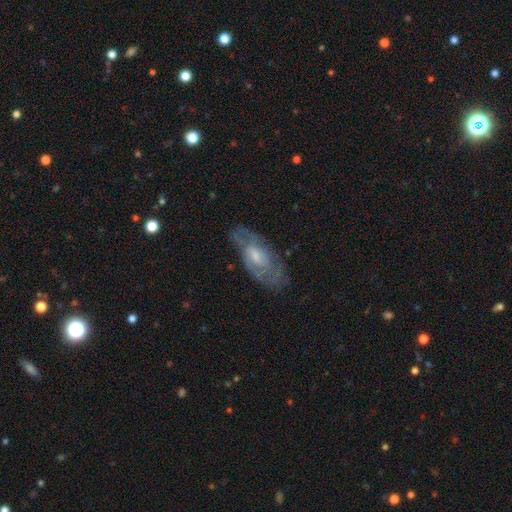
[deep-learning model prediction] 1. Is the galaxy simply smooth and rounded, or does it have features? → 70% featured or disk, 23% smooth, 7% star or artifact.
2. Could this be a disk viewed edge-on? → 88% no, 12% yes.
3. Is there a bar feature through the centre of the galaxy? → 53% no, 39% weak, 7% strong.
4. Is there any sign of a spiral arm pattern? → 75% yes, 25% no.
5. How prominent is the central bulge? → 43% moderate, 42% small, 8% none, 6% large, 1% dominant.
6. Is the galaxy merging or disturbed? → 71% none, 20% minor disturbance, 8% major disturbance, 1% merger.